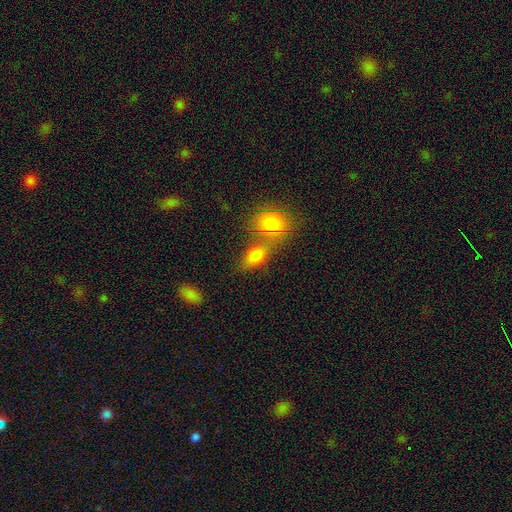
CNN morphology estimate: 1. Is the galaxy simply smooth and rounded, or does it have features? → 78% smooth, 11% star or artifact, 10% featured or disk.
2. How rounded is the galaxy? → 76% in between, 17% round, 8% cigar-shaped.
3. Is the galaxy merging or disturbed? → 49% none, 35% merger, 11% minor disturbance, 5% major disturbance.